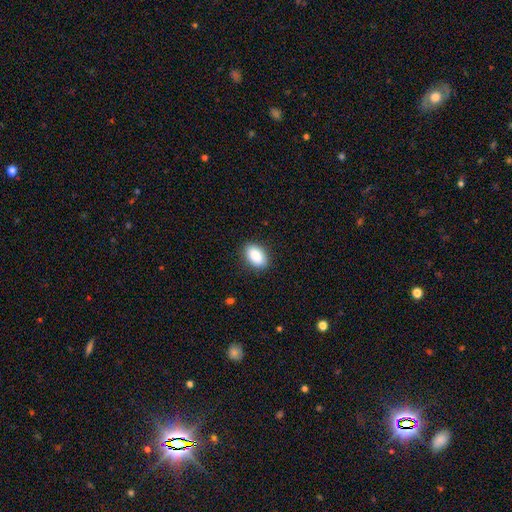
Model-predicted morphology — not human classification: A smooth galaxy with no disk features (90%) that is in between round and cigar-shaped (92%).

Vote fractions:
- Smooth or featured? smooth: 90% / star or artifact: 7% / featured or disk: 4%
- How rounded? in between: 92% / round: 7% / cigar-shaped: 2%
- Merging? none: 88% / minor disturbance: 9% / major disturbance: 2% / merger: 1%